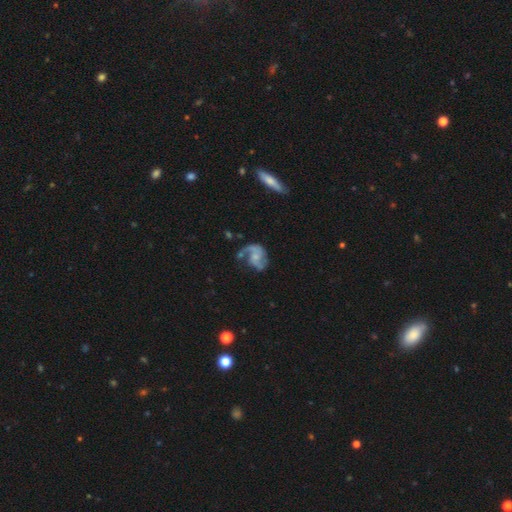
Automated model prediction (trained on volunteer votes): Overall: featured or disk (78%). Edge-on disk: no (98%). Bar: no (64%; weak 30%). Spiral arms: yes (91%). Spiral arm count: 2 (66%). Spiral winding: medium (44%; loose 42%). Bulge size: small (50%; moderate 23%). Merging: none (45%; major disturbance 27%).